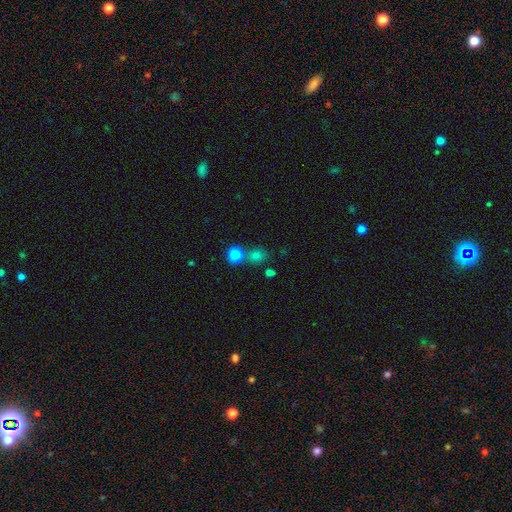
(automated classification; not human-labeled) smooth-or-featured: smooth: 75% | star or artifact: 18% | featured or disk: 7%
  how-rounded: round: 77% | in between: 22% | cigar-shaped: 1%
  merging: none: 64% | merger: 23% | minor disturbance: 9% | major disturbance: 4%